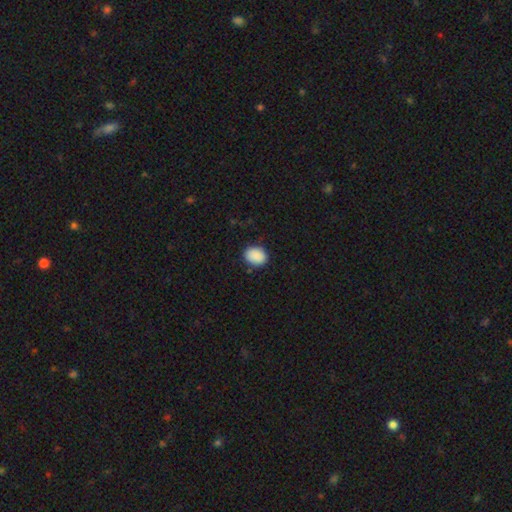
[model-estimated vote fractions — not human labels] This is clearly a smooth galaxy (90%). How rounded: likely in between (63%). Merging: clearly none (86%).